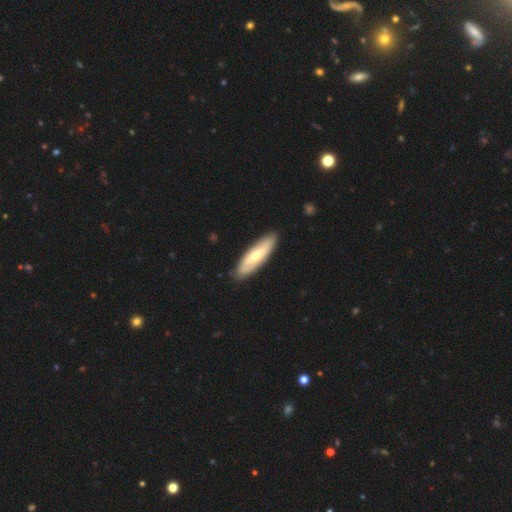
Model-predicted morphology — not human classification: Overall: smooth (51%; featured or disk 45%). How rounded: cigar-shaped (56%; in between 42%). Merging: none (88%).